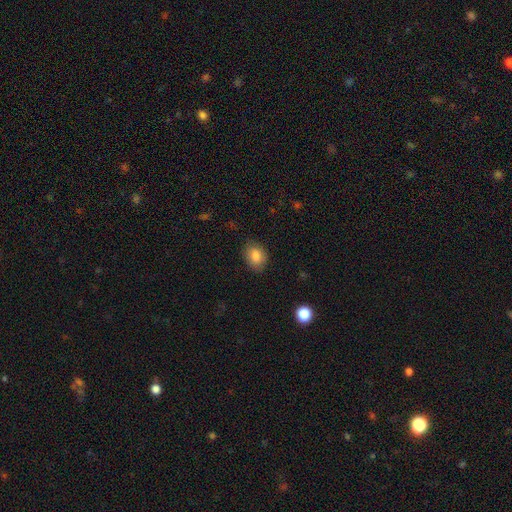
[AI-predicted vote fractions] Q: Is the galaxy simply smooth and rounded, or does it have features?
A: smooth — 84%.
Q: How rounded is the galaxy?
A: in between — 62%.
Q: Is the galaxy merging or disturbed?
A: none — 82%.